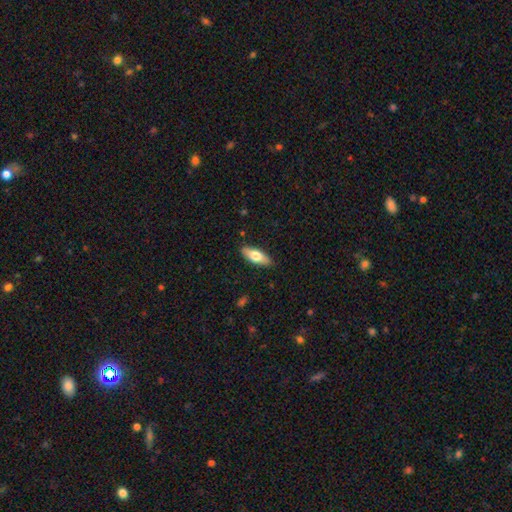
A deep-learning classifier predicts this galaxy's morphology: Smooth or featured?
  - smooth: 68% *
  - featured or disk: 27%
  - star or artifact: 6%
How rounded?
  - in between: 72% *
  - cigar-shaped: 26%
  - round: 2%
Merging?
  - none: 87% *
  - minor disturbance: 10%
  - major disturbance: 2%
  - merger: 1%